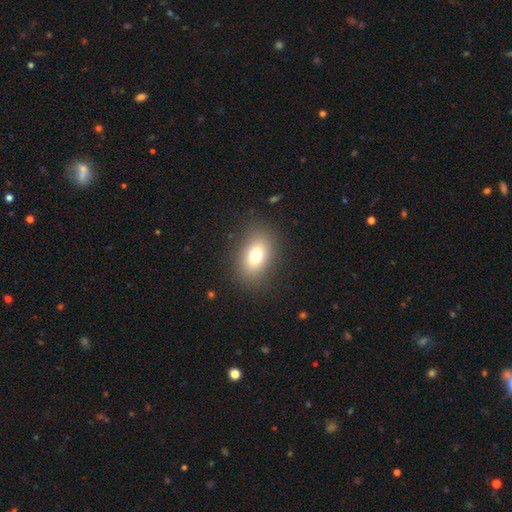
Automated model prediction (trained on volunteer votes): Smooth or featured?
  - smooth: 74% *
  - featured or disk: 14%
  - star or artifact: 12%
How rounded?
  - in between: 78% *
  - round: 20%
  - cigar-shaped: 2%
Merging?
  - none: 85% *
  - minor disturbance: 9%
  - major disturbance: 4%
  - merger: 1%